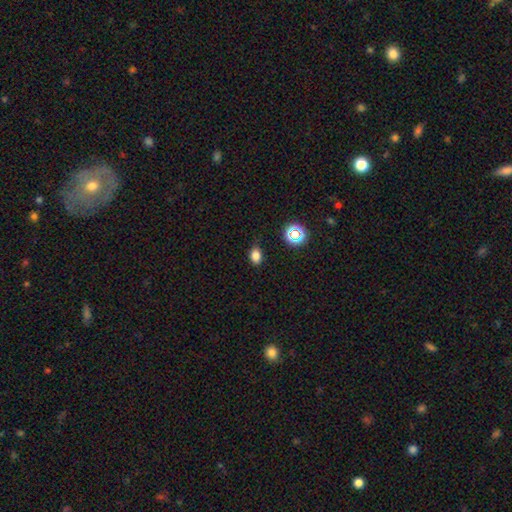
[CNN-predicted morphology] Overall: smooth (79%). How rounded: in between (76%). Merging: none (82%).